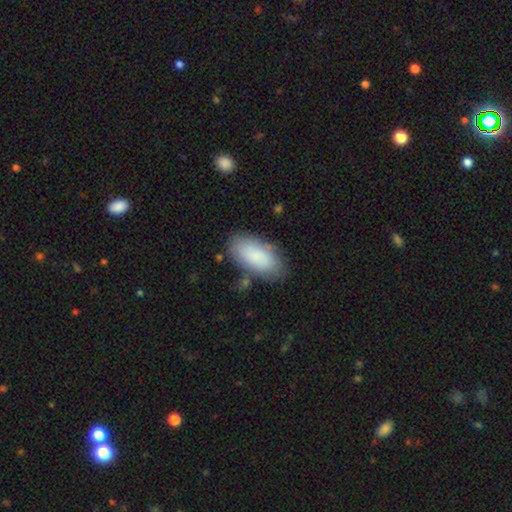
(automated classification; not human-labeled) Smooth or featured? Predicted: smooth (p=0.85). How rounded? Predicted: in between (p=0.92). Merging? Predicted: none (p=0.77).